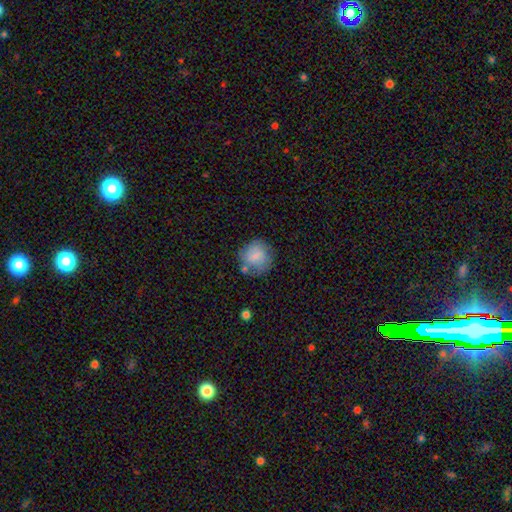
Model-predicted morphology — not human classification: Q: Smooth or featured?
A: smooth (74%); runner-up: featured or disk (18%)
Q: How rounded?
A: round (85%); runner-up: in between (14%)
Q: Merging?
A: none (60%); runner-up: minor disturbance (23%)